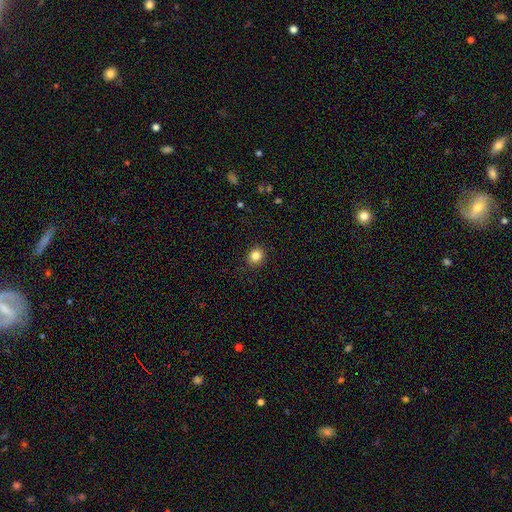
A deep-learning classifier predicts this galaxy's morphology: This is clearly a smooth galaxy (84%). How rounded: likely round (76%). Merging: clearly none (90%).